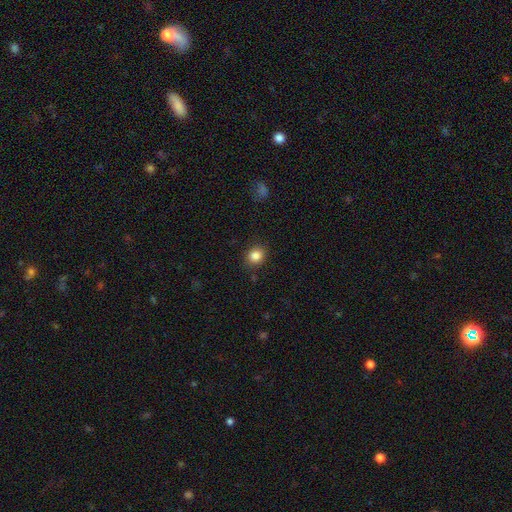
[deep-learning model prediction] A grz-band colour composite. It shows a smooth galaxy with no disk features (84%) that is round (70%). Merging: none (84%).